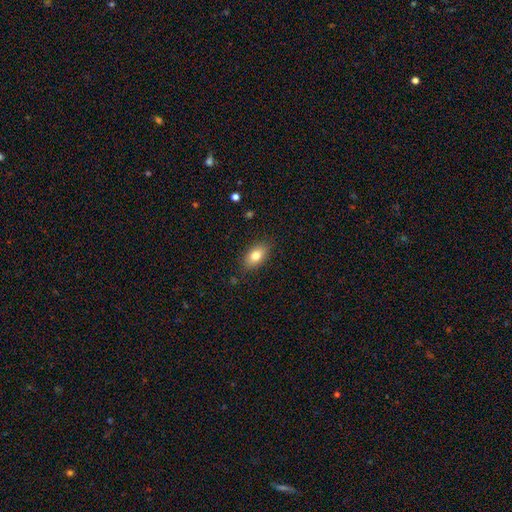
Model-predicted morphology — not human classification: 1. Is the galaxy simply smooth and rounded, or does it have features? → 78% smooth, 13% featured or disk, 9% star or artifact.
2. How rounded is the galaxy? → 86% in between, 10% round, 4% cigar-shaped.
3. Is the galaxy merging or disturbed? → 84% none, 12% minor disturbance, 3% major disturbance, 1% merger.